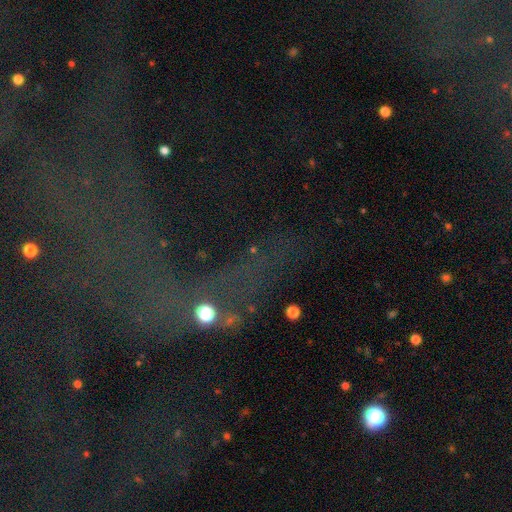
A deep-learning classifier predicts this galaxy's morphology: star or artifact 67%, featured or disk 17%, smooth 16%.